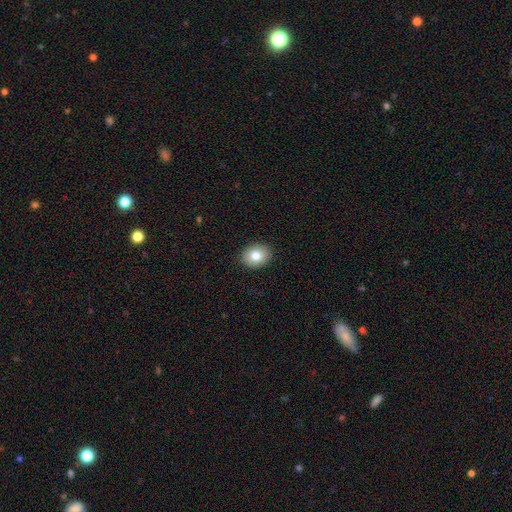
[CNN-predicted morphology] This appears to be a smooth galaxy with no disk features (81%) that is in between round and cigar-shaped (54%). Merging: none (90%).